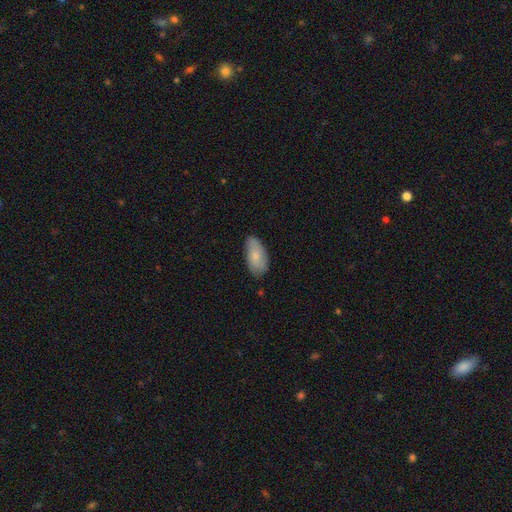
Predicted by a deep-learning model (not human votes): A smooth galaxy with no disk features (72%) that is in between round and cigar-shaped (93%).

Vote fractions:
- Smooth or featured? smooth: 72% / featured or disk: 22% / star or artifact: 6%
- How rounded? in between: 93% / cigar-shaped: 4% / round: 3%
- Merging? none: 73% / minor disturbance: 22% / major disturbance: 4% / merger: 1%